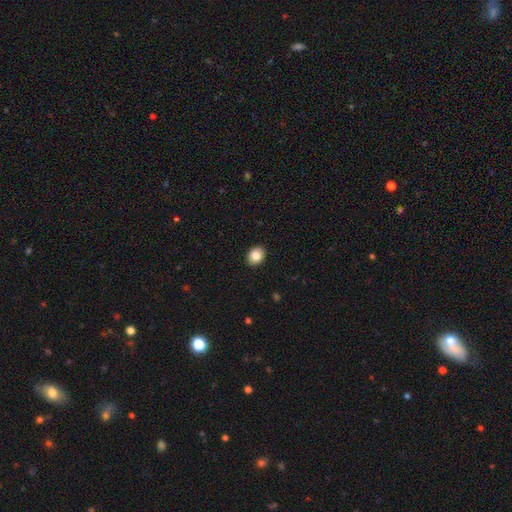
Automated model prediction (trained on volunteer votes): Morphology: type=smooth (83%); roundness=in between (50%, tied with round); merging=none (92%).